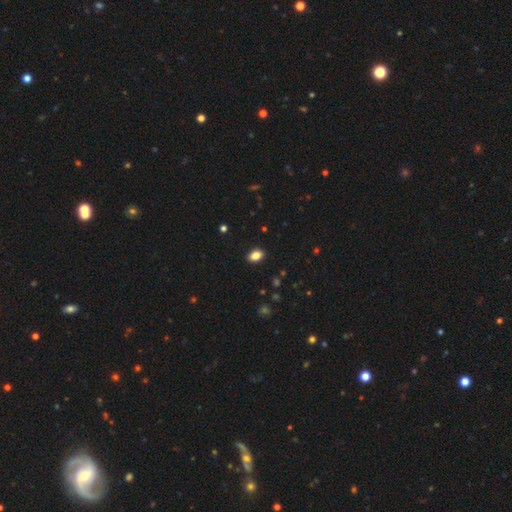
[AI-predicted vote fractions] Q: Smooth or featured?
A: smooth (85%); runner-up: star or artifact (10%)
Q: How rounded?
A: in between (85%); runner-up: round (13%)
Q: Merging?
A: none (89%); runner-up: minor disturbance (8%)